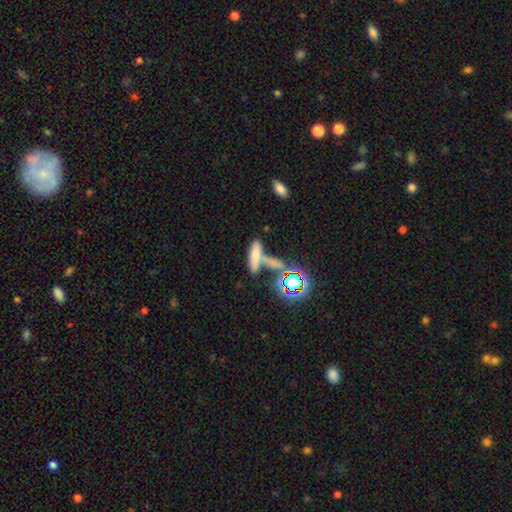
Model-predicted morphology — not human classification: Smooth or featured?
  - smooth: 62% *
  - star or artifact: 20%
  - featured or disk: 19%
How rounded?
  - cigar-shaped: 53% *
  - in between: 41%
  - round: 5%
Merging?
  - merger: 47% *
  - none: 36%
  - minor disturbance: 10%
  - major disturbance: 7%